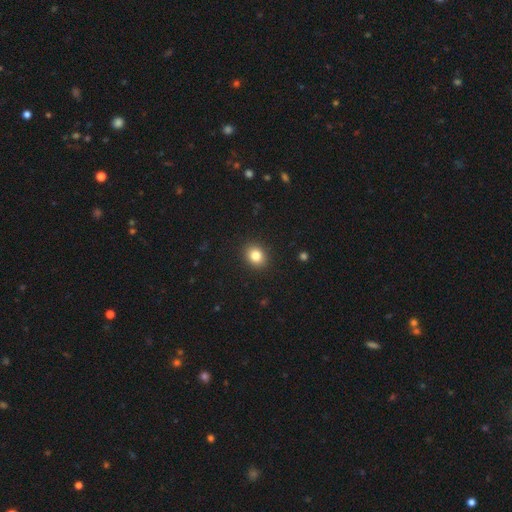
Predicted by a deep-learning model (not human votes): Overall: smooth (84%). How rounded: round (59%; in between 40%). Merging: none (91%).